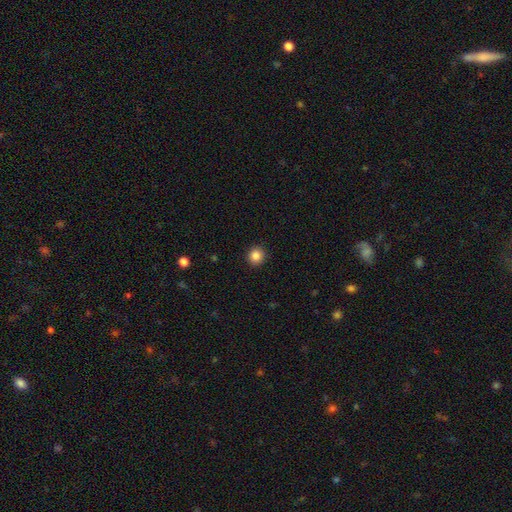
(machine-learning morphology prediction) smooth_or_featured: smooth (p=0.86) [alt: star or artifact p=0.10]
how_rounded: round (p=0.90) [alt: in between p=0.09]
merging: none (p=0.92) [alt: minor disturbance p=0.05]